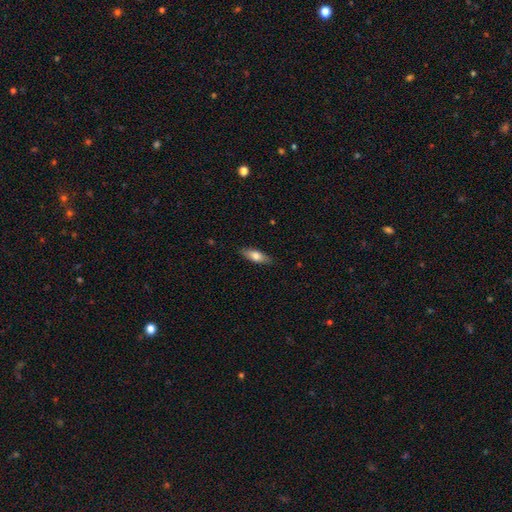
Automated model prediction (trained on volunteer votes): smooth 71%, featured or disk 23%, star or artifact 6%. Down the decision tree: how rounded — in between (61%); merging — none (86%).